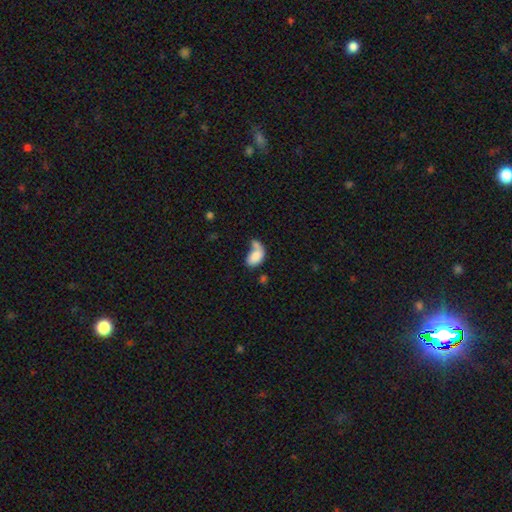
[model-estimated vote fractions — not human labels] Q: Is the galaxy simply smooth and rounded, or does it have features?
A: smooth — 77%.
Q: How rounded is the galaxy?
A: in between — 89%.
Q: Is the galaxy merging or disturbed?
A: merger — 47%.